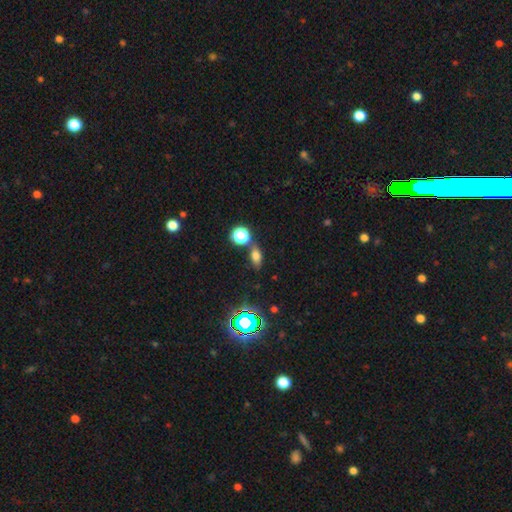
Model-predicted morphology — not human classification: Smooth or featured? Predicted: smooth (p=0.69). How rounded? Predicted: in between (p=0.76). Merging? Predicted: none (p=0.67).